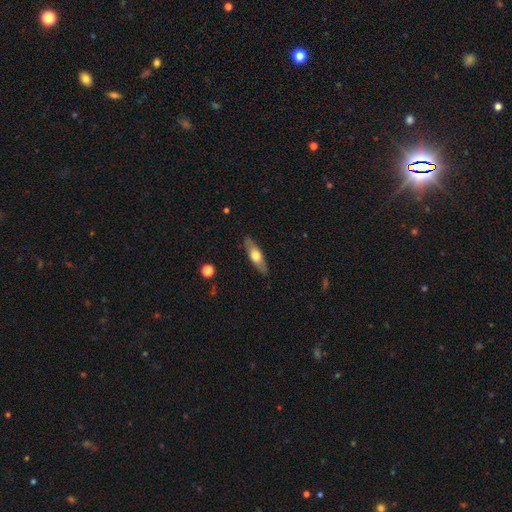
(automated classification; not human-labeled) Smooth or featured?
  - smooth: 50% *
  - featured or disk: 45%
  - star or artifact: 6%
Merging?
  - none: 87% *
  - minor disturbance: 10%
  - major disturbance: 2%
  - merger: 1%